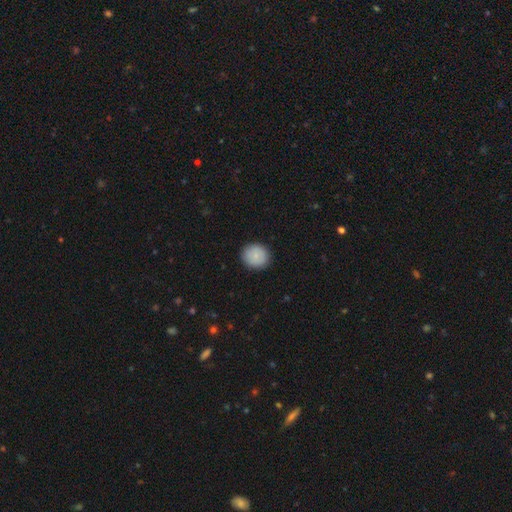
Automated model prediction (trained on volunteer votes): Q: Smooth or featured?
A: smooth (84%); runner-up: featured or disk (9%)
Q: How rounded?
A: round (87%); runner-up: in between (12%)
Q: Merging?
A: none (90%); runner-up: minor disturbance (7%)